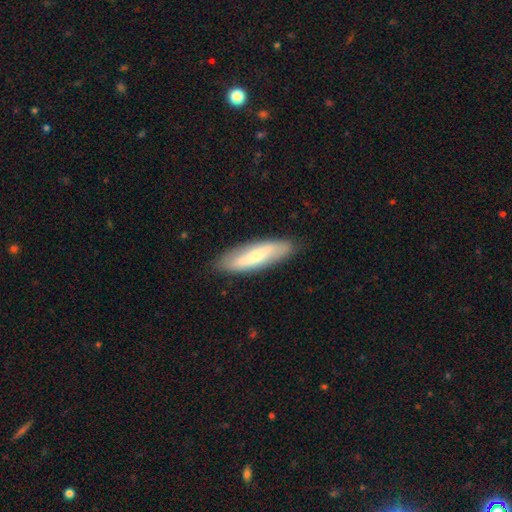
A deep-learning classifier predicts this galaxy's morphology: Smooth or featured? smooth (54%)
How rounded? cigar-shaped (58%)
Merging? none (84%)